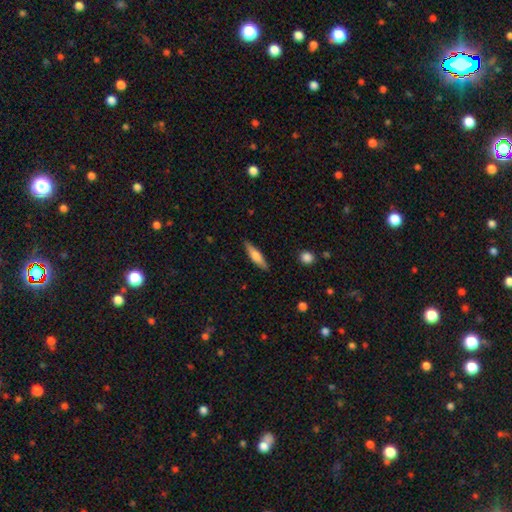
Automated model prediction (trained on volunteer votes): smooth-or-featured: smooth: 58% | featured or disk: 36% | star or artifact: 6%
  how-rounded: cigar-shaped: 74% | in between: 24% | round: 2%
  merging: none: 86% | minor disturbance: 10% | major disturbance: 2% | merger: 1%